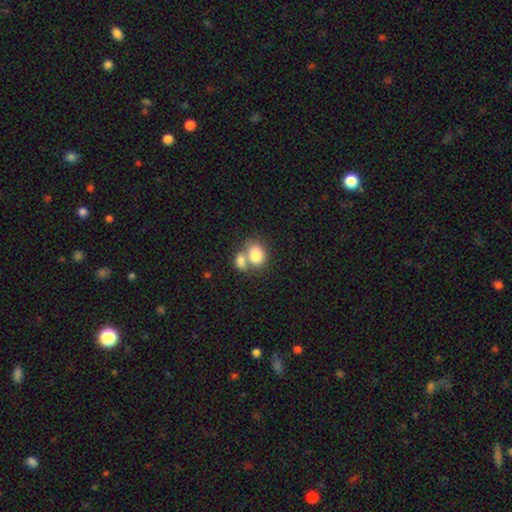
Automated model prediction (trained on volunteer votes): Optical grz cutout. It shows a smooth galaxy with no disk features (80%) that is in between round and cigar-shaped (57%). Merging: merger (59%).